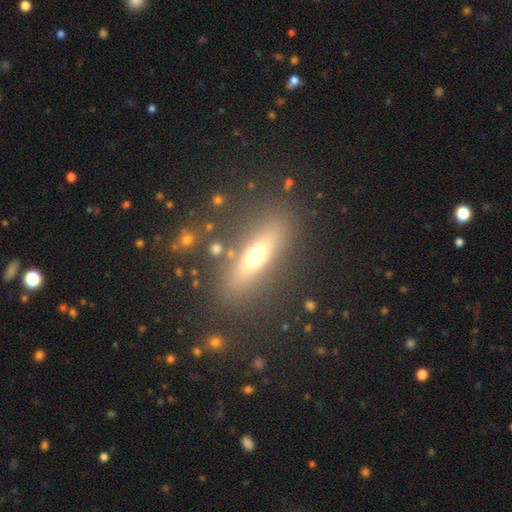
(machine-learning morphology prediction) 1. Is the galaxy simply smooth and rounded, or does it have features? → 48% smooth, 41% featured or disk, 11% star or artifact.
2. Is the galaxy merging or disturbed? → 83% none, 9% minor disturbance, 5% major disturbance, 3% merger.